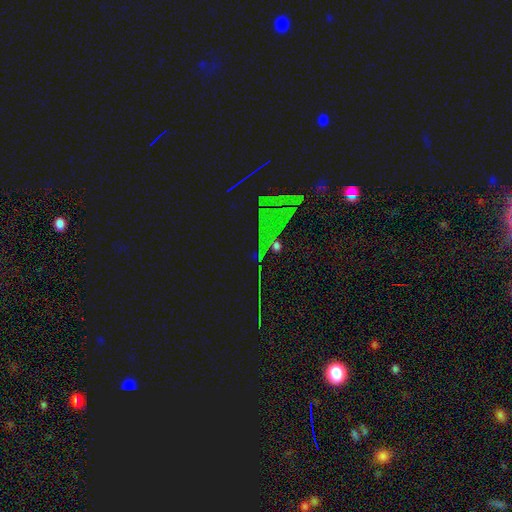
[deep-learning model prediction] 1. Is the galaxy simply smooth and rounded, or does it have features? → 73% star or artifact, 14% smooth, 13% featured or disk.